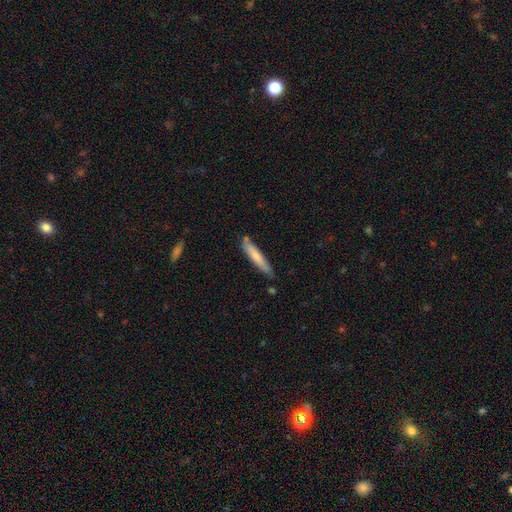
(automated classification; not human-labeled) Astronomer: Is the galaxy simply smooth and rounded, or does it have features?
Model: smooth — 74%.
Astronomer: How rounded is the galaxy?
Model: cigar-shaped — 91%.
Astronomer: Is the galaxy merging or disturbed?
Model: none — 77%.